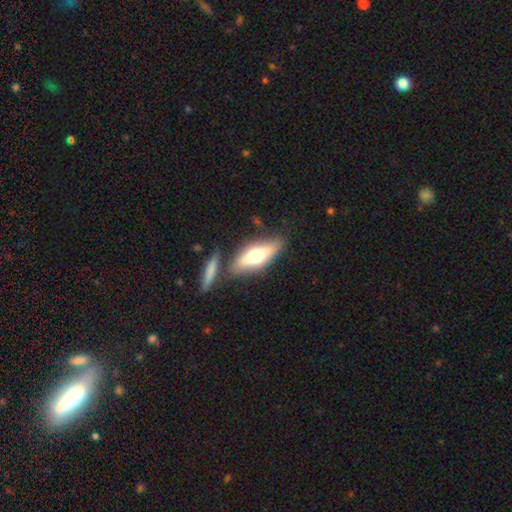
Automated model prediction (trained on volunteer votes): A smooth galaxy with no disk features (52%) that is in between round and cigar-shaped (54%).

Vote fractions:
- Smooth or featured? smooth: 52% / featured or disk: 41% / star or artifact: 7%
- How rounded? in between: 54% / cigar-shaped: 43% / round: 3%
- Merging? none: 70% / merger: 13% / minor disturbance: 13% / major disturbance: 4%